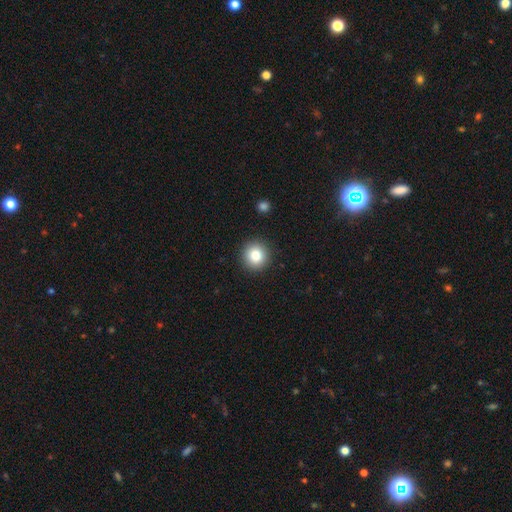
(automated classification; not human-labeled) A smooth galaxy with no disk features (82%) that is round (95%). Merging: none (92%).